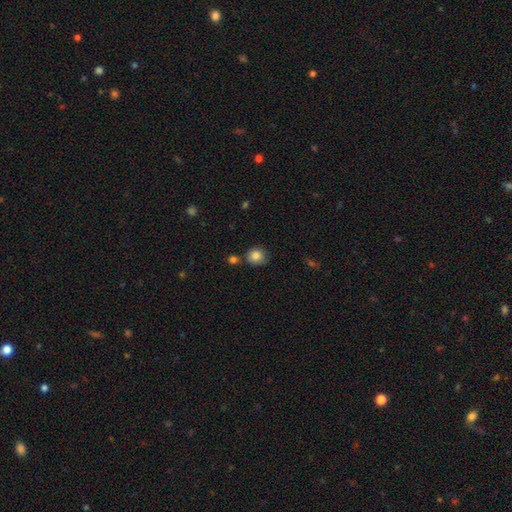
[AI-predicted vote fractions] smooth 84%, star or artifact 9%, featured or disk 7%. Down the decision tree: how rounded — round (82%); merging — none (72%).